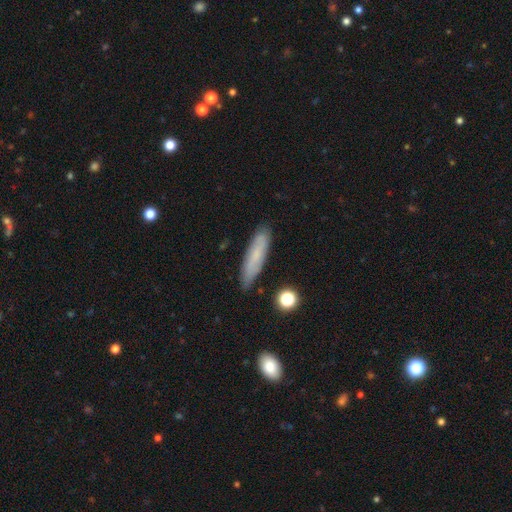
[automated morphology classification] A smooth galaxy with no disk features (66%) that is cigar-shaped (76%).

Vote fractions:
- Smooth or featured? smooth: 66% / featured or disk: 26% / star or artifact: 8%
- How rounded? cigar-shaped: 76% / in between: 23% / round: 2%
- Merging? none: 83% / minor disturbance: 13% / major disturbance: 2% / merger: 2%